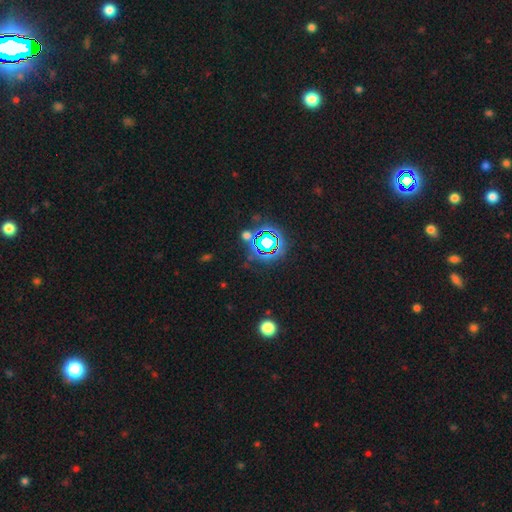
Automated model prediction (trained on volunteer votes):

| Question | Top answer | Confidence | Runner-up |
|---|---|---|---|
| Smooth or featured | star or artifact | 71% | smooth (21%) |